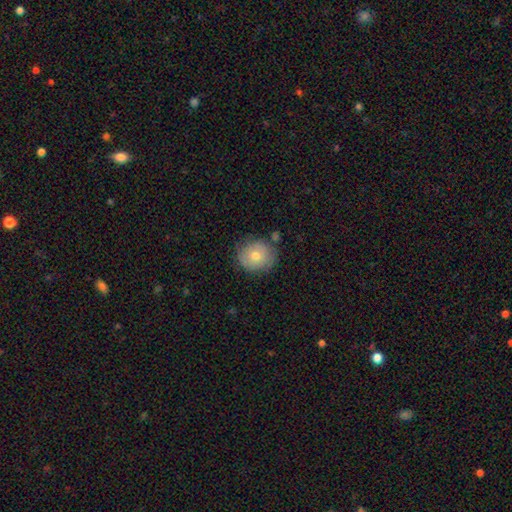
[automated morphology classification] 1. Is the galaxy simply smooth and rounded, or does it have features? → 68% smooth, 24% featured or disk, 9% star or artifact.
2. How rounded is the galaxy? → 83% round, 16% in between, 1% cigar-shaped.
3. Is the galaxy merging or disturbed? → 77% none, 16% minor disturbance, 4% major disturbance, 3% merger.